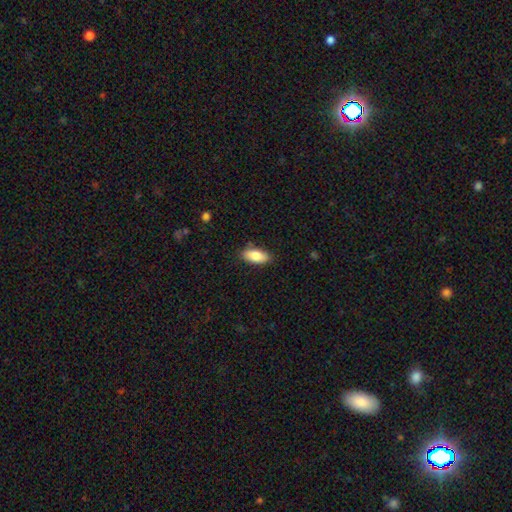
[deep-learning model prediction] This is clearly a smooth galaxy (82%). How rounded: clearly in between (87%). Merging: clearly none (83%).